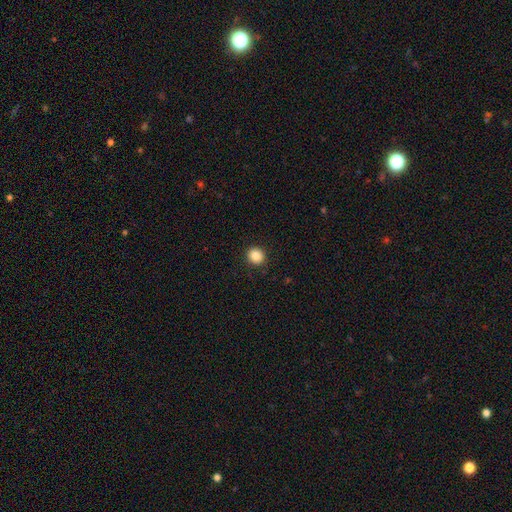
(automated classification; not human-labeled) Smooth or featured?
  - smooth: 86% *
  - star or artifact: 10%
  - featured or disk: 4%
How rounded?
  - round: 88% *
  - in between: 11%
  - cigar-shaped: 1%
Merging?
  - none: 91% *
  - minor disturbance: 6%
  - major disturbance: 2%
  - merger: 1%